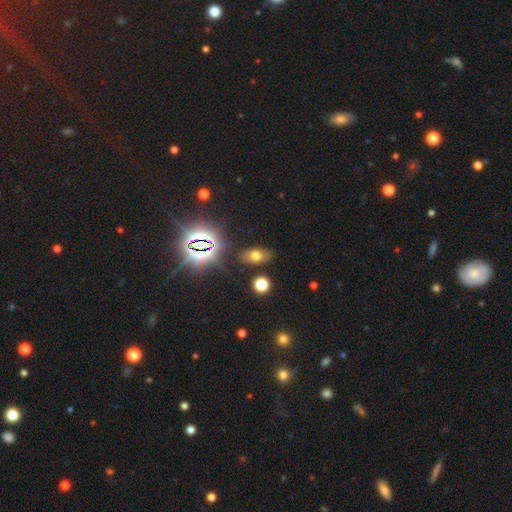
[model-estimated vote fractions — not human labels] smooth_or_featured: smooth (p=0.60) [alt: star or artifact p=0.26]
how_rounded: in between (p=0.82) [alt: round p=0.14]
merging: none (p=0.81) [alt: minor disturbance p=0.12]